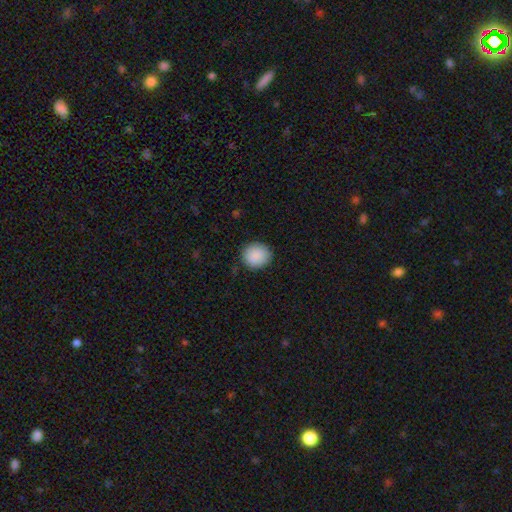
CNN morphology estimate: The model was most divided on "how rounded": round: 87%, in between: 12%, cigar-shaped: 1%. More confident: smooth or featured — smooth (90%); merging — none (89%).